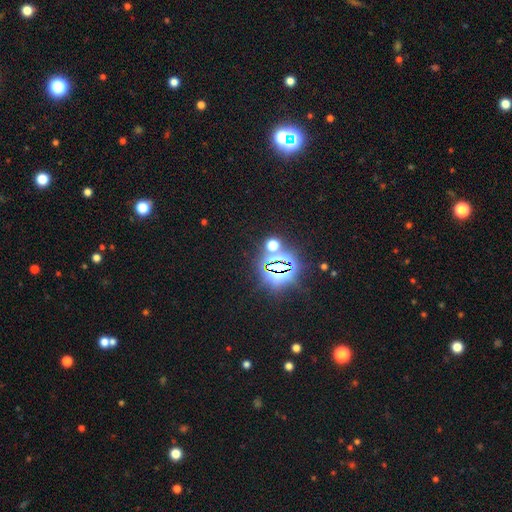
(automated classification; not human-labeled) This appears to be a star or artifact, not a galaxy (83%).